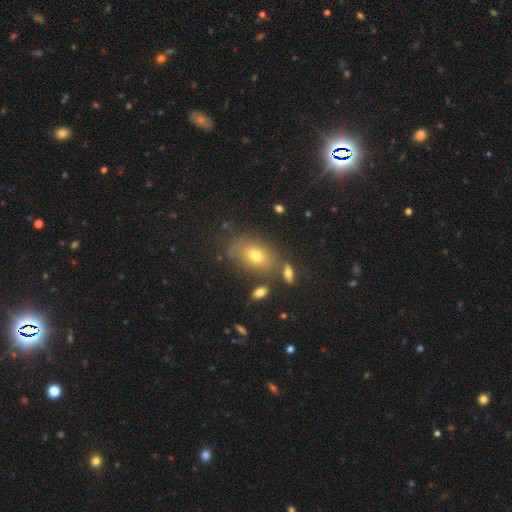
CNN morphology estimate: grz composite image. It shows a smooth galaxy with no disk features (64%) that is in between round and cigar-shaped (80%). Merging: none (67%).